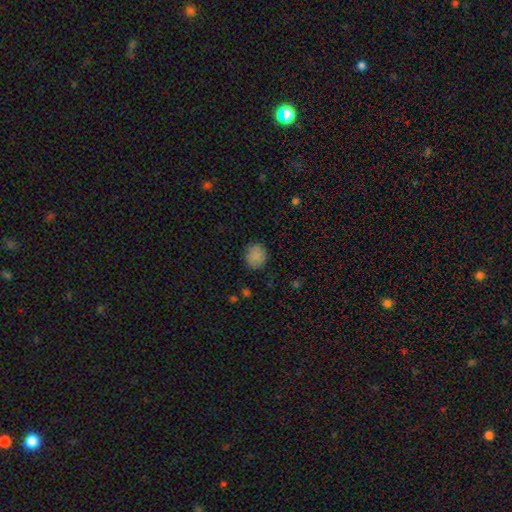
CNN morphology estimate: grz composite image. It shows a smooth galaxy with no disk features (86%) that is round (79%). Merging: none (86%).